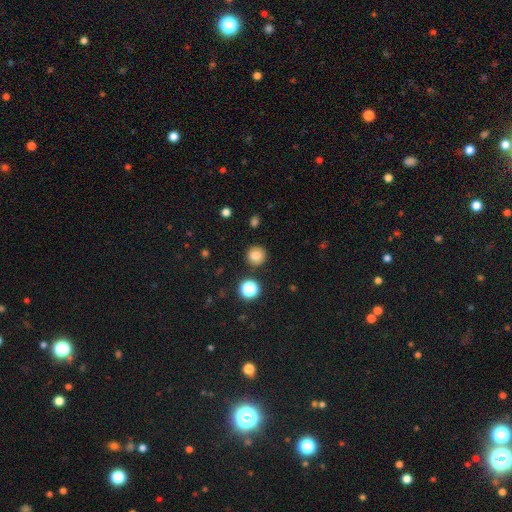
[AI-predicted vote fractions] Smooth or featured? Predicted: smooth (p=0.81). How rounded? Predicted: round (p=0.92). Merging? Predicted: none (p=0.88).